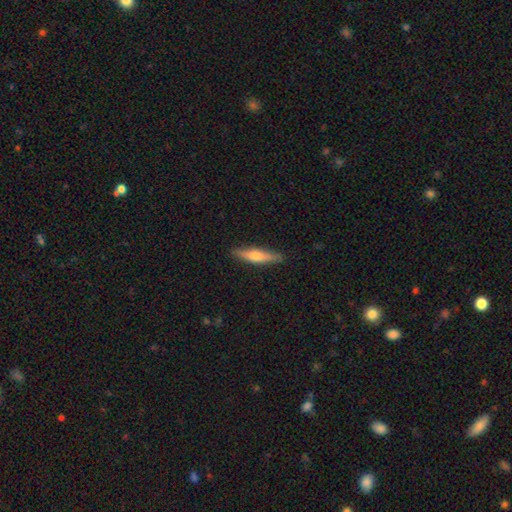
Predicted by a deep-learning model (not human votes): smooth 49%, featured or disk 45%, star or artifact 6%. Down the decision tree: merging — none (89%).